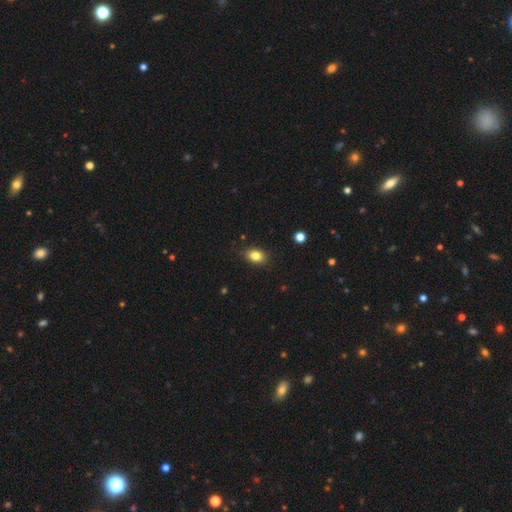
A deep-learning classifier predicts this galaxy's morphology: Overall: smooth (83%). How rounded: in between (76%). Merging: none (85%).